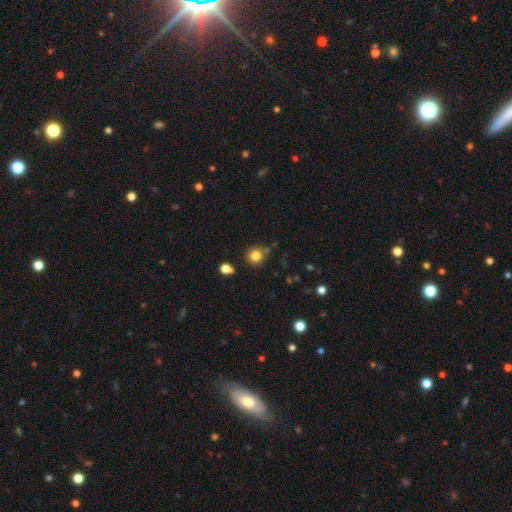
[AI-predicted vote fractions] The model was most divided on "merging": none: 74%, minor disturbance: 16%, merger: 6%, major disturbance: 4%. More confident: how rounded — round (86%); smooth or featured — smooth (82%).